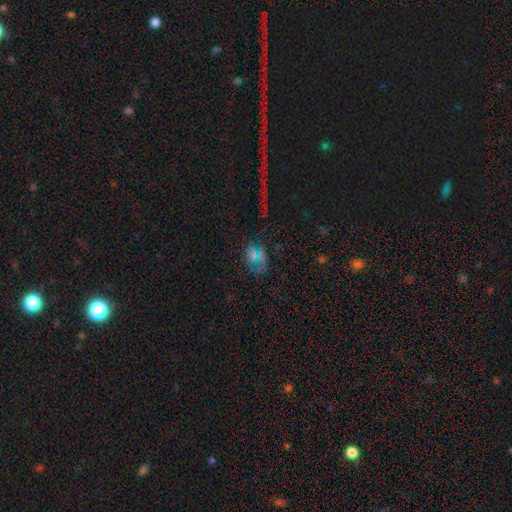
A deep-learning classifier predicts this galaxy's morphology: smooth_or_featured: star or artifact (p=0.51) [alt: smooth p=0.38]